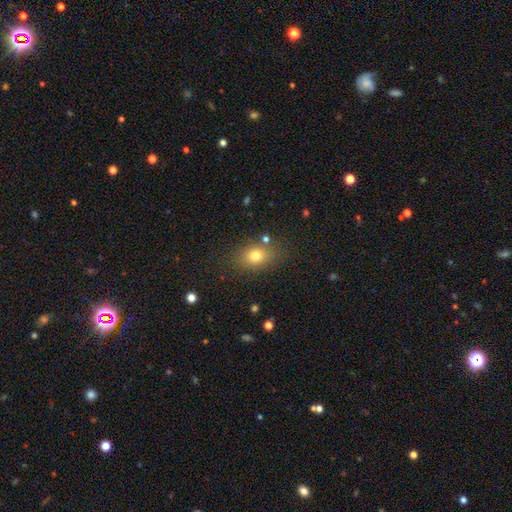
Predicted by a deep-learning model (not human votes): This appears to be a smooth galaxy with no disk features (75%) that is in between round and cigar-shaped (63%). Merging: none (79%).